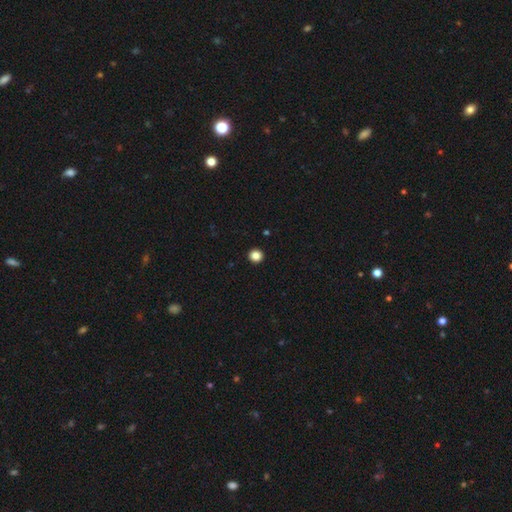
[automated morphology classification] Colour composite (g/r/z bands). It shows a smooth galaxy with no disk features (85%) that is round (95%). Merging: none (94%).